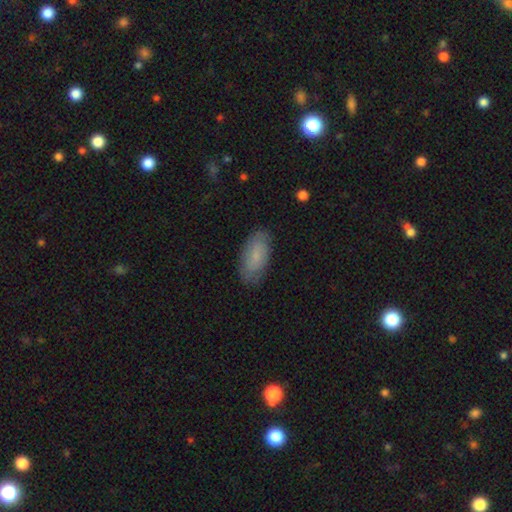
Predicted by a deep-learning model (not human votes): This appears to be a smooth galaxy with no disk features (74%) that is in between round and cigar-shaped (91%). Merging: none (82%).